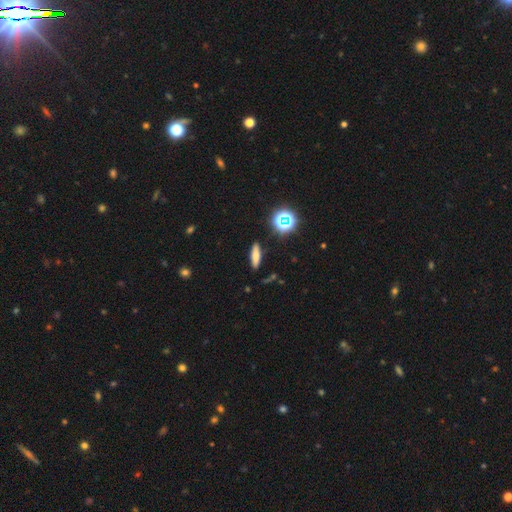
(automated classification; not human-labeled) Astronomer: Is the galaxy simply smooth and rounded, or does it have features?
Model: smooth — 70%.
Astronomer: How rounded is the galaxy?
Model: cigar-shaped — 65%.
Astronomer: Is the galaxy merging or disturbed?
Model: none — 86%.